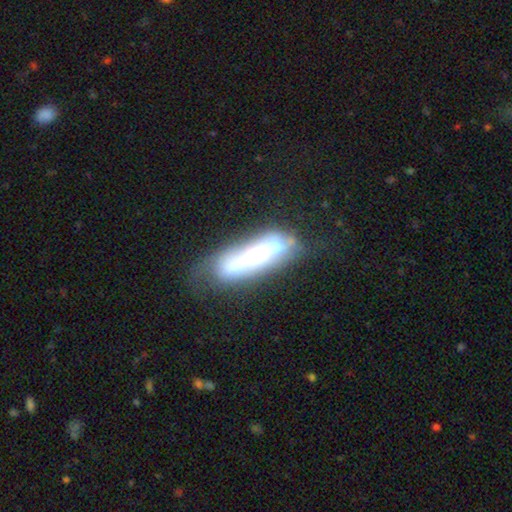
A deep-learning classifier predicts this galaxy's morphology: This is possibly a featured or disk galaxy (58%). It is likely not viewed edge-on (64%). Merging: marginally none (34%).